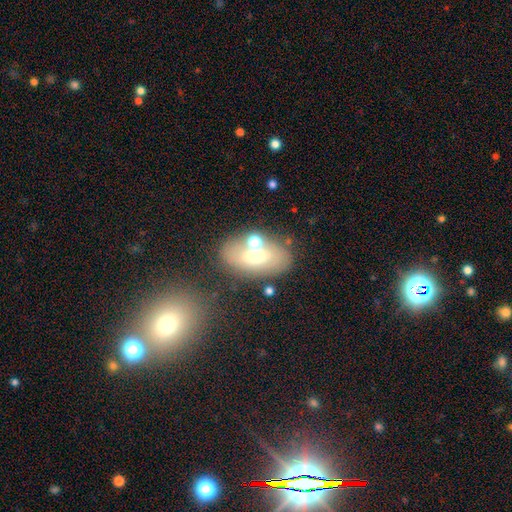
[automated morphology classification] smooth-or-featured: smooth: 53% | featured or disk: 36% | star or artifact: 12%
  how-rounded: in between: 86% | round: 11% | cigar-shaped: 3%
  merging: none: 61% | merger: 19% | minor disturbance: 14% | major disturbance: 6%